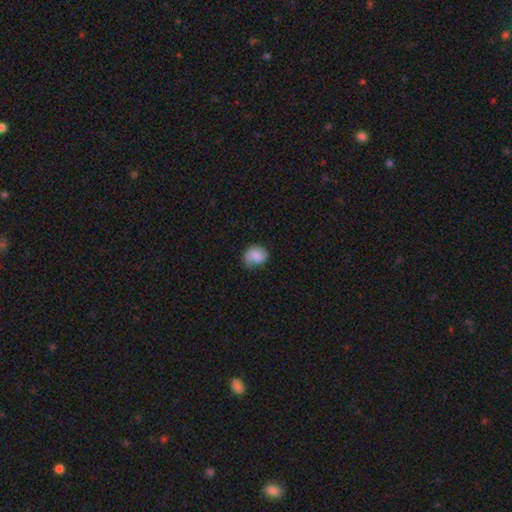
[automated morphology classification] Smooth or featured?
  - smooth: 77% *
  - featured or disk: 16%
  - star or artifact: 8%
How rounded?
  - round: 61% *
  - in between: 38%
  - cigar-shaped: 1%
Merging?
  - none: 54% *
  - minor disturbance: 34%
  - major disturbance: 10%
  - merger: 2%